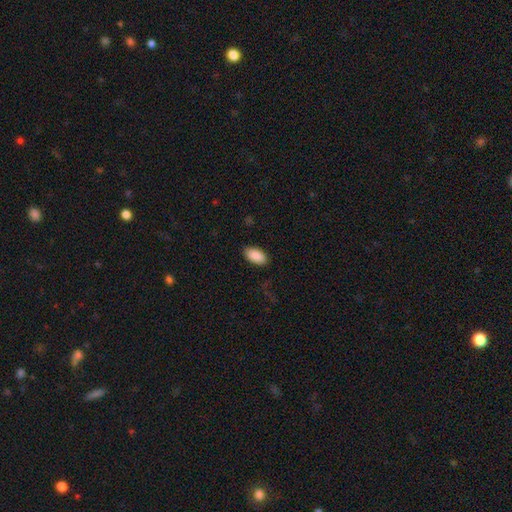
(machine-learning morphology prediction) This is clearly a smooth galaxy (90%). How rounded: clearly in between (95%). Merging: clearly none (87%).